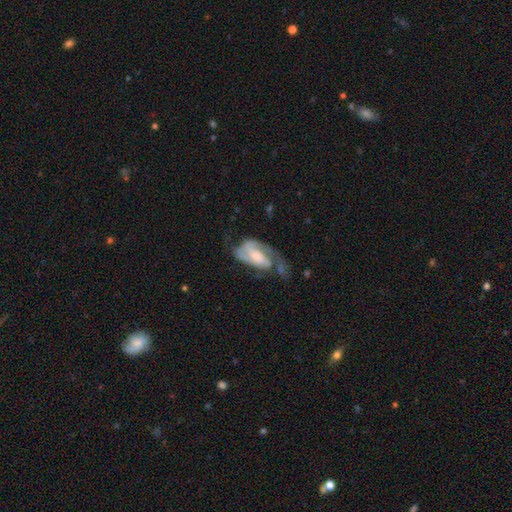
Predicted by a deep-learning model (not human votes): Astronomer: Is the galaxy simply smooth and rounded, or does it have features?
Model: featured or disk — 79%.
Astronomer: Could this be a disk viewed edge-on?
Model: no — 96%.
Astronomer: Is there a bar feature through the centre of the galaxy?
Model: no — 44% (runner-up: weak, 37%).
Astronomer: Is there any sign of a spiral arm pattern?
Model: yes — 92%.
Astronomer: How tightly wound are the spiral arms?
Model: medium — 44% (runner-up: tight, 33%).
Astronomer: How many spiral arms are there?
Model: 2 — 64%.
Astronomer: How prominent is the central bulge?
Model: small — 48% (runner-up: moderate, 34%).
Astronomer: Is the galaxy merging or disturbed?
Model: major disturbance — 38% (runner-up: none, 35%).